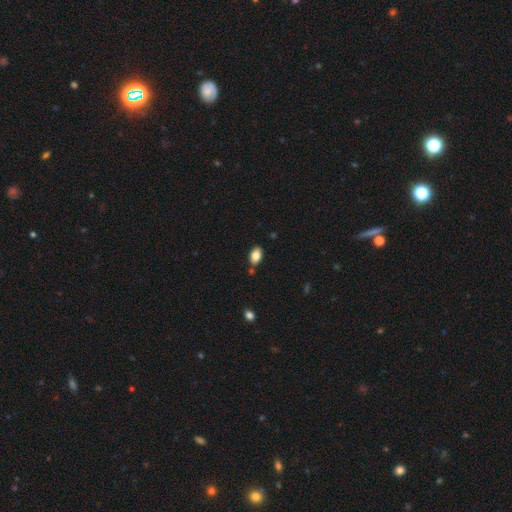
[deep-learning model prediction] Smooth or featured: smooth — 84% (star or artifact — 8%)
How rounded: in between — 89% (round — 10%)
Merging: none — 81% (minor disturbance — 12%)